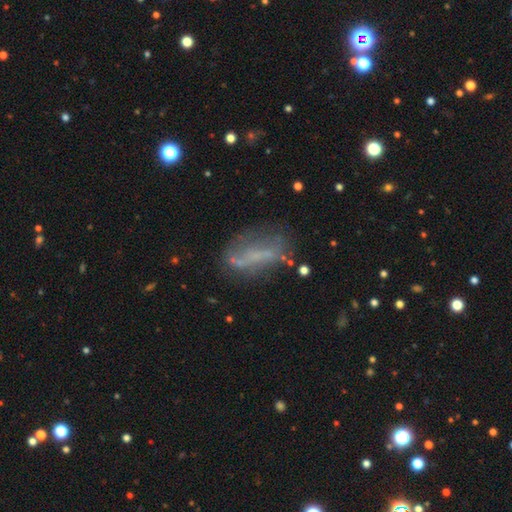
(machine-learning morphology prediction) Overall: featured or disk (51%; smooth 35%). Edge-on disk: no (84%). Merging: none (49%; minor disturbance 25%).